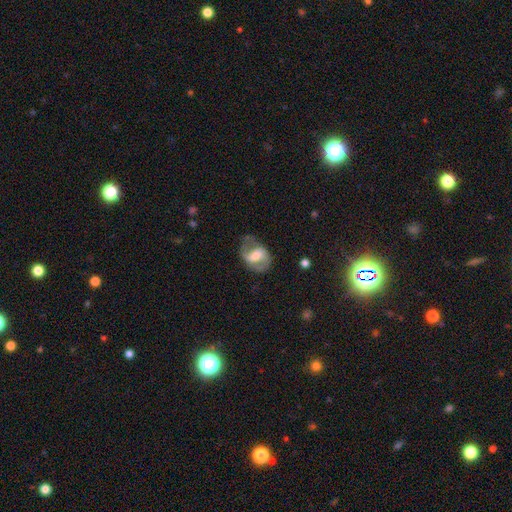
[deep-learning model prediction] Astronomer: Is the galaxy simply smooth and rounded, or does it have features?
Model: featured or disk — 63%.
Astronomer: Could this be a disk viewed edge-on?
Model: no — 96%.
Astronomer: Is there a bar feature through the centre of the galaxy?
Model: weak — 43% (runner-up: strong, 33%).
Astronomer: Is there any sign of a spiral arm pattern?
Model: yes — 77%.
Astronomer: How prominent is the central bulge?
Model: moderate — 45% (runner-up: small, 26%).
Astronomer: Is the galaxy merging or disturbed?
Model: none — 56%.